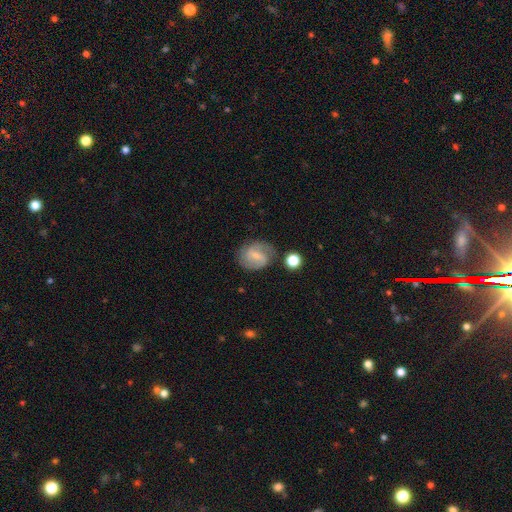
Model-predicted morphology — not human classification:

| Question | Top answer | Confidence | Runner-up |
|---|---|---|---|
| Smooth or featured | featured or disk | 69% | smooth (24%) |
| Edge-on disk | no | 97% | yes (3%) |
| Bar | weak | 55% | strong (22%) |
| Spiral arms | yes | 89% | no (11%) |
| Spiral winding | medium | 47% | tight (27%) |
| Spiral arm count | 2 | 78% | can't tell (12%) |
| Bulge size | small | 67% | moderate (24%) |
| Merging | none | 70% | minor disturbance (18%) |